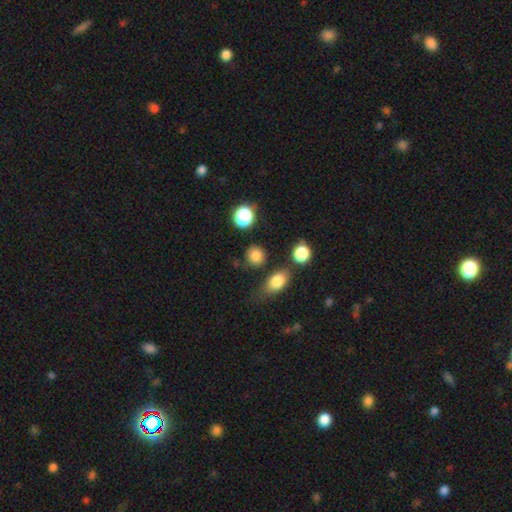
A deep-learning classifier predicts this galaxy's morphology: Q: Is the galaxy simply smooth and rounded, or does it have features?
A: smooth — 82%.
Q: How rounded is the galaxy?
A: round — 84%.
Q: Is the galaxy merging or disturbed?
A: none — 77%.